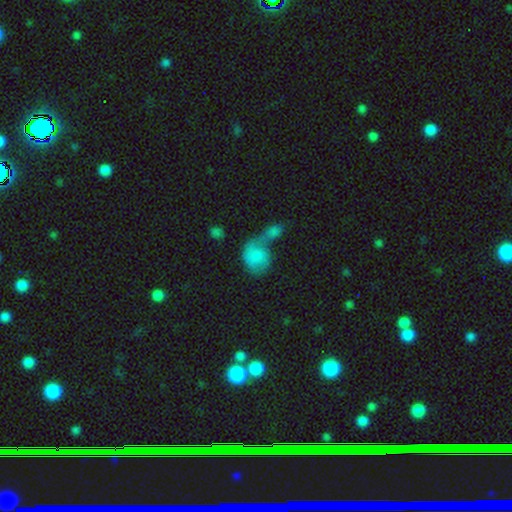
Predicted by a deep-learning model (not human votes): Smooth or featured? smooth (64%)
How rounded? round (49%, tied with in between)
Merging? merger (61%)